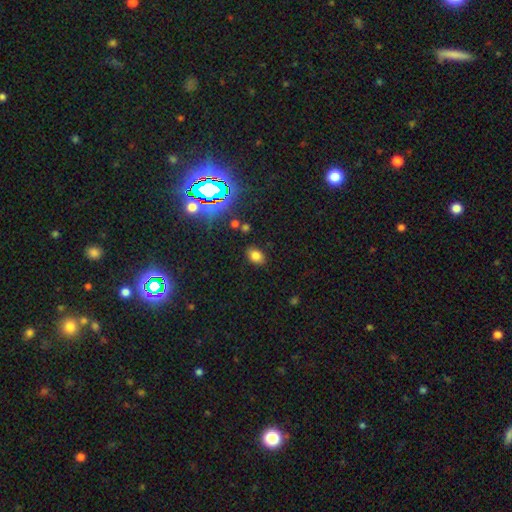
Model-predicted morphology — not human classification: The model was most divided on "smooth or featured": smooth: 74%, star or artifact: 18%, featured or disk: 8%. More confident: merging — none (84%); how rounded — in between (78%).